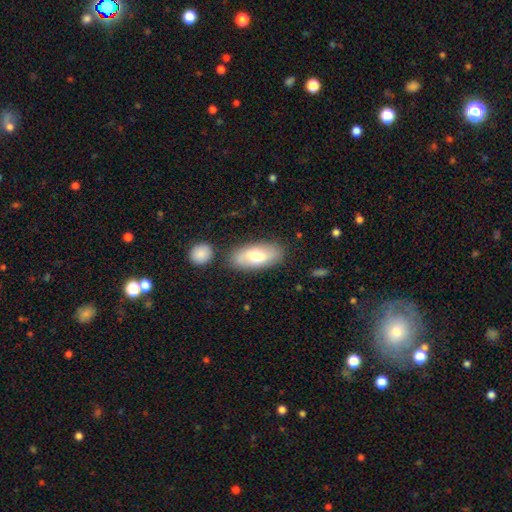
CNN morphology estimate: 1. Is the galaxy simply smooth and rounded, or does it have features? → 64% smooth, 30% featured or disk, 6% star or artifact.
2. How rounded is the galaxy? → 88% in between, 9% cigar-shaped, 3% round.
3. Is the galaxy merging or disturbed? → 78% none, 12% minor disturbance, 6% merger, 3% major disturbance.